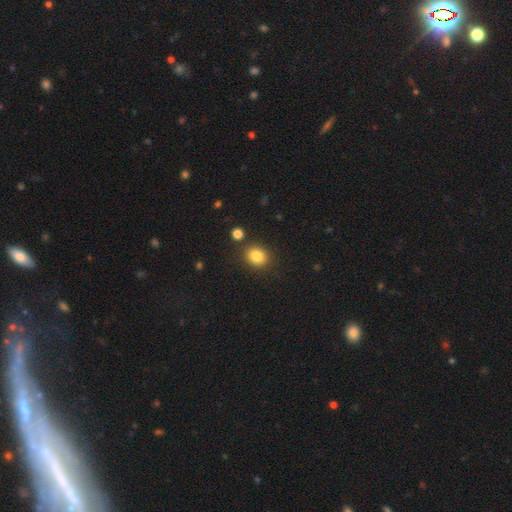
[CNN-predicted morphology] Smooth or featured?
  - smooth: 84% *
  - star or artifact: 10%
  - featured or disk: 6%
How rounded?
  - round: 57% *
  - in between: 42%
  - cigar-shaped: 1%
Merging?
  - none: 83% *
  - minor disturbance: 9%
  - merger: 5%
  - major disturbance: 3%